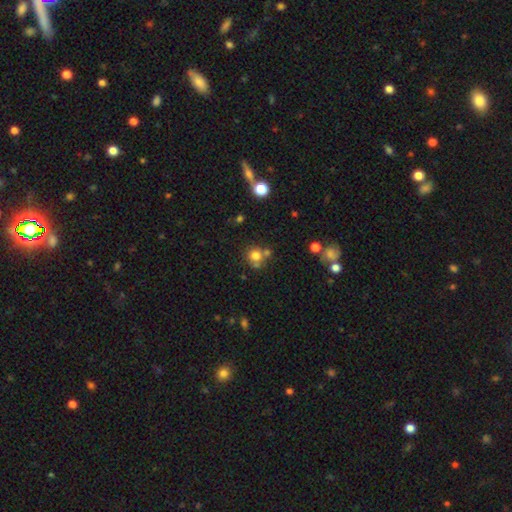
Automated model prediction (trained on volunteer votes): Smooth or featured? smooth (76%)
How rounded? round (88%)
Merging? none (62%)